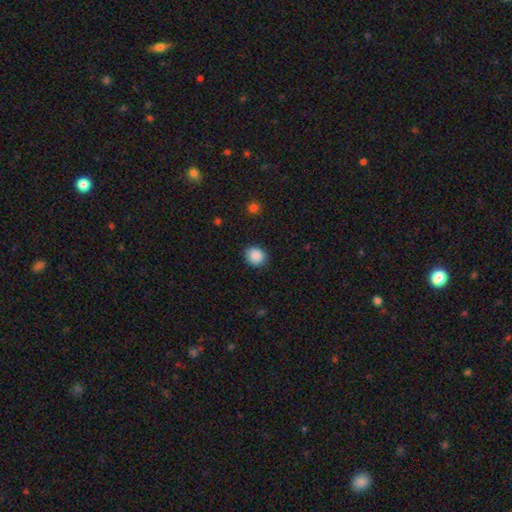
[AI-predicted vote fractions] smooth 88%, star or artifact 8%, featured or disk 3%. Down the decision tree: how rounded — round (71%); merging — none (86%).